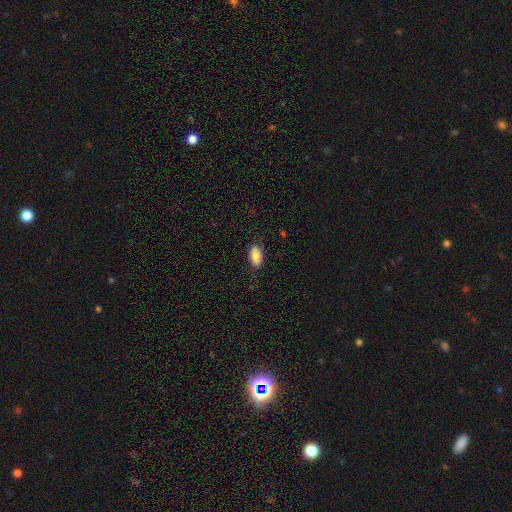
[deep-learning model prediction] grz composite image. It shows a smooth galaxy with no disk features (85%) that is in between round and cigar-shaped (93%). Merging: none (79%).